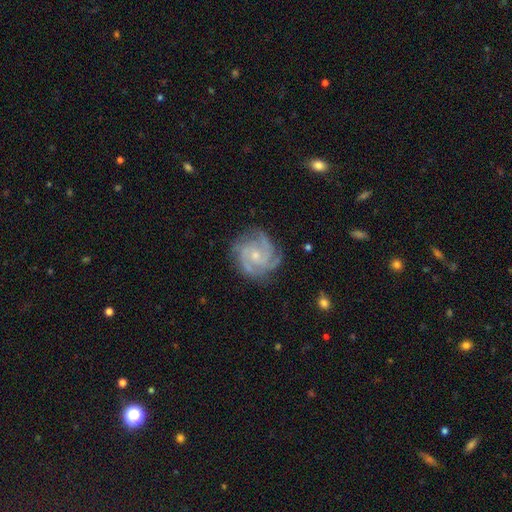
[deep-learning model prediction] Smooth or featured?
  - featured or disk: 89% *
  - smooth: 5%
  - star or artifact: 5%
Edge-on disk?
  - no: 98% *
  - yes: 2%
Bar?
  - no: 68% *
  - weak: 27%
  - strong: 5%
Spiral arms?
  - yes: 98% *
  - no: 2%
Spiral winding?
  - tight: 63% *
  - medium: 33%
  - loose: 4%
Spiral arm count?
  - 3: 49% *
  - 4: 23%
  - 2: 10%
  - can't tell: 9%
  - more than 4: 5%
  - 1: 4%
Bulge size?
  - small: 64% *
  - moderate: 31%
  - none: 3%
  - large: 1%
  - dominant: 1%
Merging?
  - none: 78% *
  - minor disturbance: 16%
  - major disturbance: 5%
  - merger: 1%